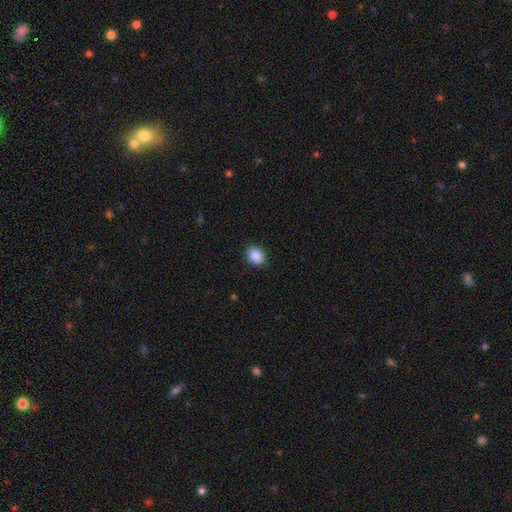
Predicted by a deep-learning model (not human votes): Smooth or featured? smooth (89%)
How rounded? in between (58%)
Merging? none (89%)